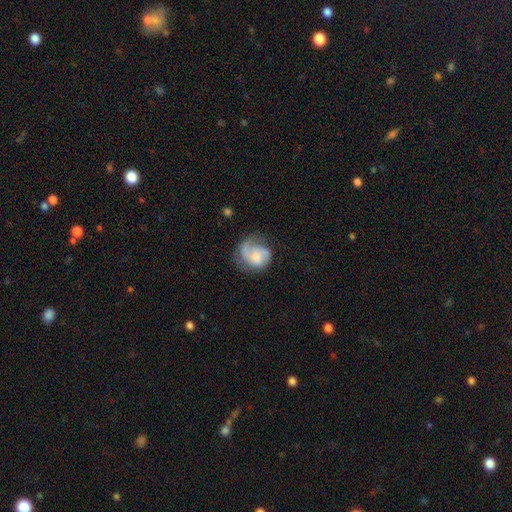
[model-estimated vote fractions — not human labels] Smooth or featured: featured or disk — 58% (smooth — 35%)
Edge-on disk: no — 98% (yes — 2%)
Bar: no — 68% (weak — 28%)
Spiral arms: yes — 84% (no — 16%)
Bulge size: moderate — 37% (small — 31%)
Merging: none — 46% (minor disturbance — 26%)